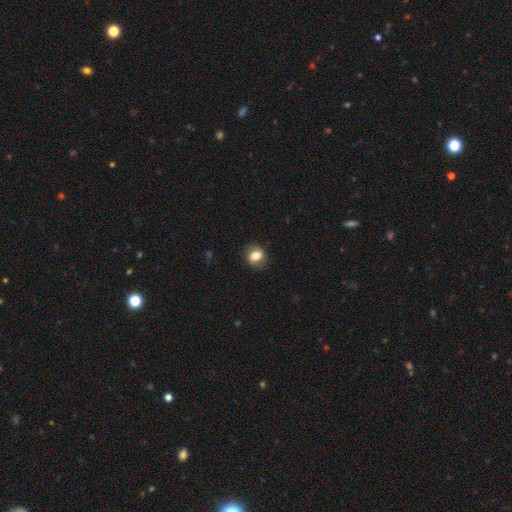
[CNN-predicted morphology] type=smooth (76%); roundness=round (57%); merging=none (82%).